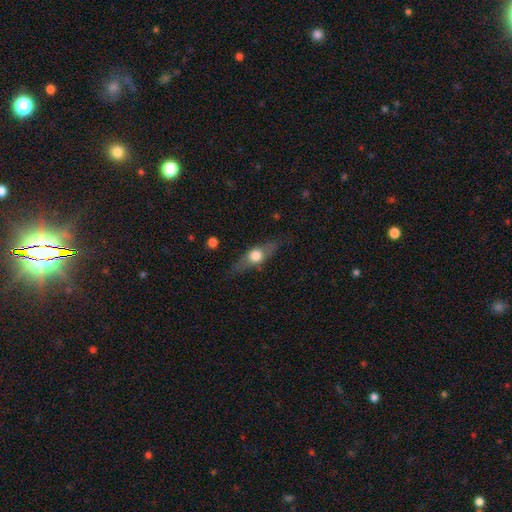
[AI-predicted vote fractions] featured or disk 51%, smooth 42%, star or artifact 7%. Down the decision tree: edge-on disk — yes (86%); merging — none (78%).